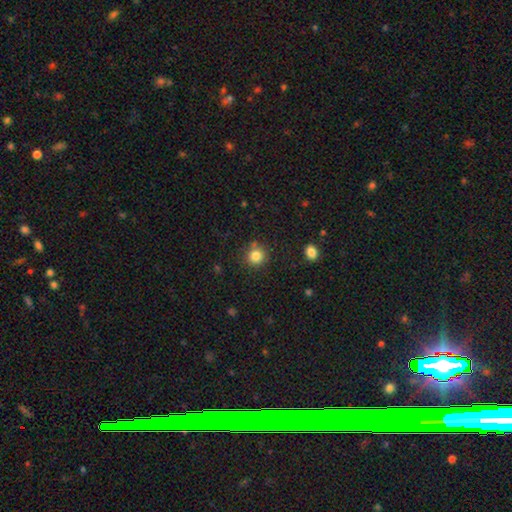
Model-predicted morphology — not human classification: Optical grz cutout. It shows a smooth galaxy with no disk features (83%) that is round (91%). Merging: none (82%).